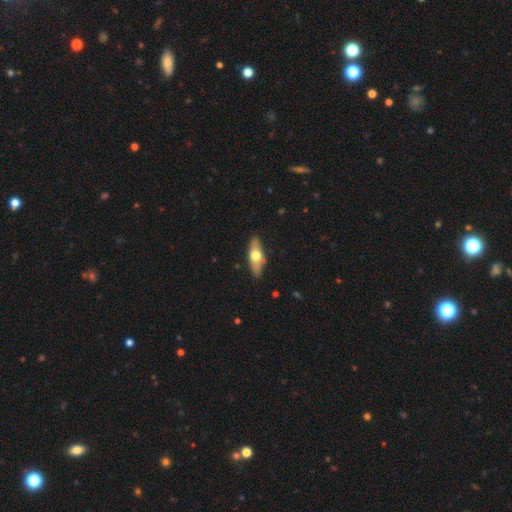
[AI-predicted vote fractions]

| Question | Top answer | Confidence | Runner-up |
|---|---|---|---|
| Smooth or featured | smooth | 50% | featured or disk (44%) |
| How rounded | in between | 61% | cigar-shaped (36%) |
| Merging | none | 87% | minor disturbance (10%) |